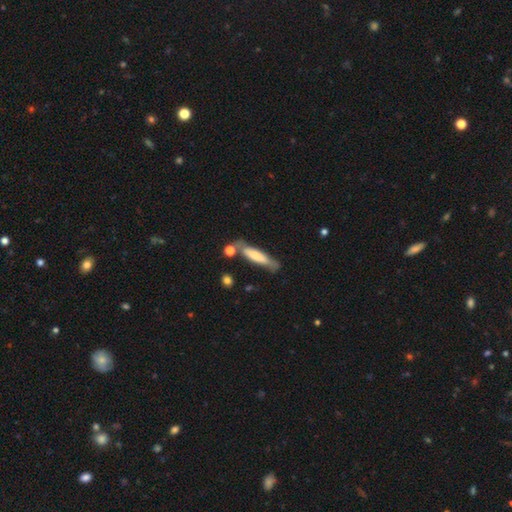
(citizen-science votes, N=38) Q: Smooth or featured?
A: smooth (71%); runner-up: featured or disk (26%)
Q: How rounded?
A: cigar-shaped (85%); runner-up: in between (15%)
Q: Merging?
A: none (54%); runner-up: minor disturbance (24%)